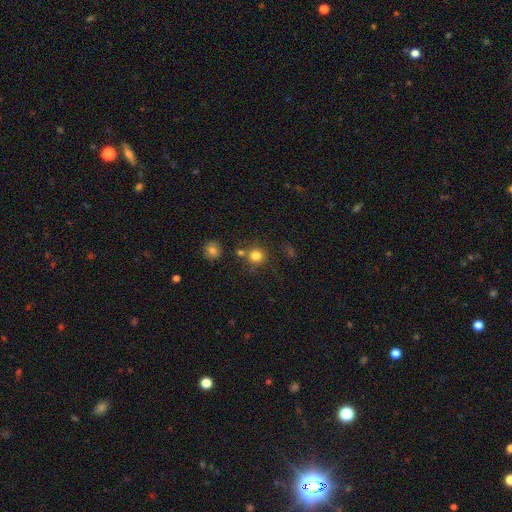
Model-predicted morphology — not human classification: This is likely a smooth galaxy (80%). How rounded: clearly round (91%). Merging: likely none (72%).